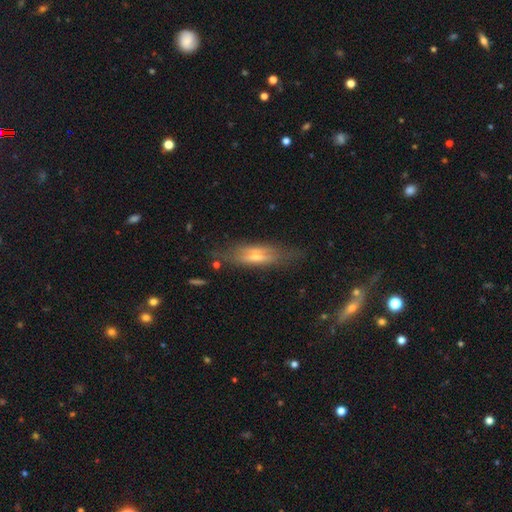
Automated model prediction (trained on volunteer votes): Smooth or featured? featured or disk (55%)
Edge-on disk? yes (79%)
Merging? none (73%)